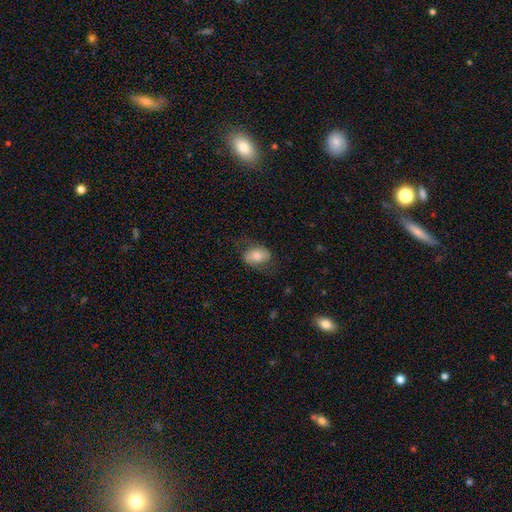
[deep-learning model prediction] This appears to be a smooth galaxy with no disk features (69%) that is in between round and cigar-shaped (82%). Merging: none (66%).